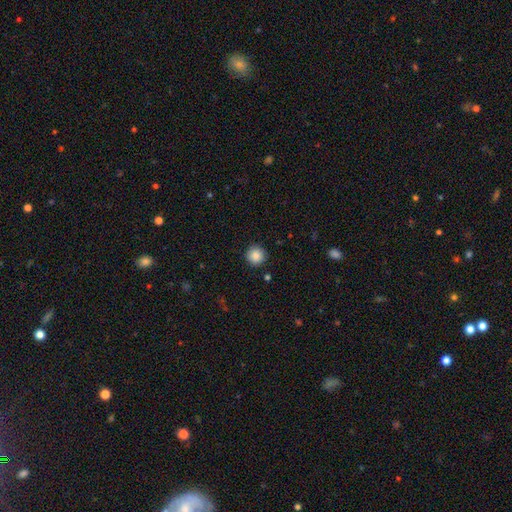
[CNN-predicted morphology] This is clearly a smooth galaxy (88%). How rounded: clearly round (96%). Merging: clearly none (91%).